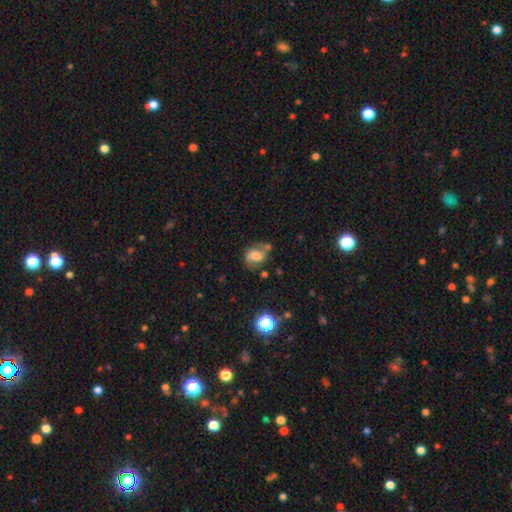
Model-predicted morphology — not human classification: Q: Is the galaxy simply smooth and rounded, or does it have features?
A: smooth — 46%.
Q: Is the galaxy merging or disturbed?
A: none — 46%.